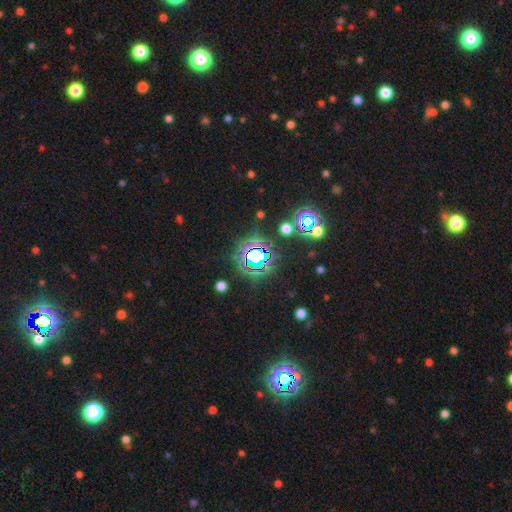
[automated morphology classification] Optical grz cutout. It shows a star or artifact, not a galaxy (74%).